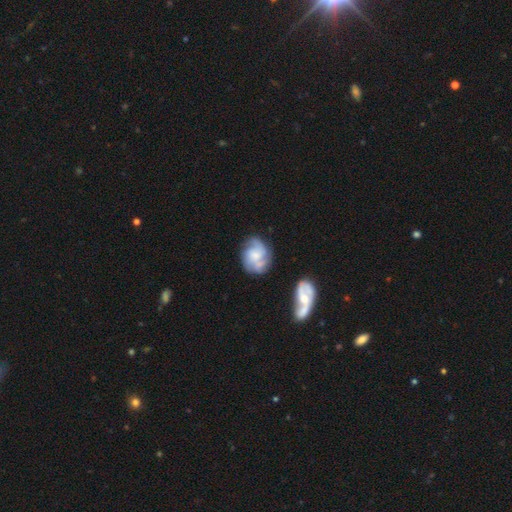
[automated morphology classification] Smooth or featured? Predicted: featured or disk (p=0.71). Edge-on disk? Predicted: no (p=0.98). Bar? Predicted: no (p=0.66). Spiral arms? Predicted: yes (p=0.92). Spiral winding? Predicted: medium (p=0.44). Spiral arm count? Predicted: 3 (p=0.39). Bulge size? Predicted: small (p=0.33). Merging? Predicted: none (p=0.60).